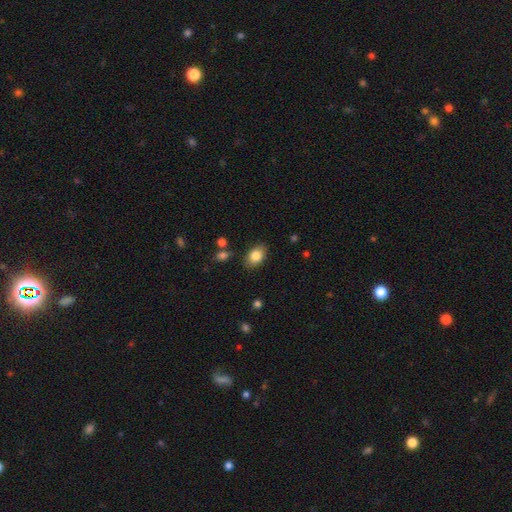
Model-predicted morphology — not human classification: This appears to be a smooth galaxy with no disk features (84%) that is in between round and cigar-shaped (80%). Merging: none (82%).